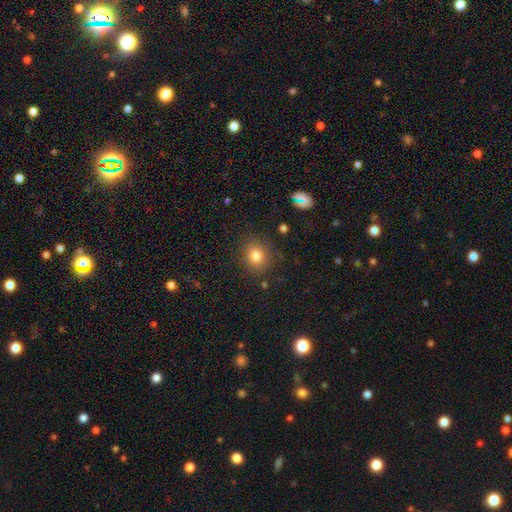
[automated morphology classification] Smooth or featured?
  - smooth: 81% *
  - star or artifact: 12%
  - featured or disk: 7%
How rounded?
  - round: 73% *
  - in between: 26%
  - cigar-shaped: 1%
Merging?
  - none: 85% *
  - minor disturbance: 10%
  - major disturbance: 3%
  - merger: 2%